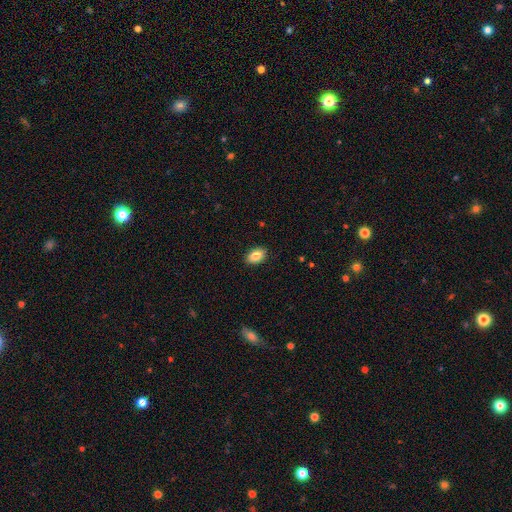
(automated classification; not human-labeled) Morphology: type=smooth (87%); roundness=in between (89%); merging=none (89%).